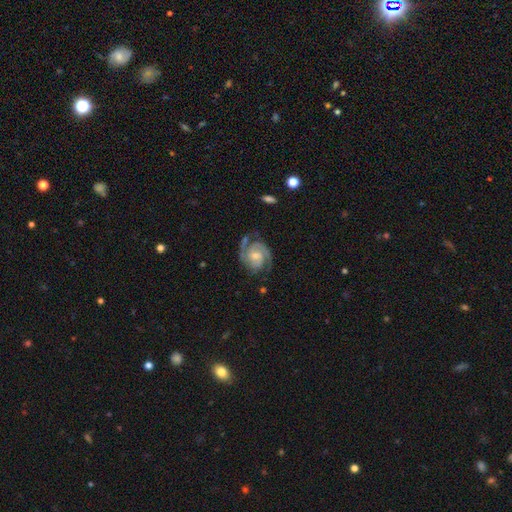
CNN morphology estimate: featured or disk 90%, smooth 5%, star or artifact 5%. Down the decision tree: edge-on disk — no (98%); bar — no (55%); spiral arms — yes (98%); spiral arm count — 2 (85%); spiral winding — tight (54%); bulge size — moderate (48%); merging — none (75%).